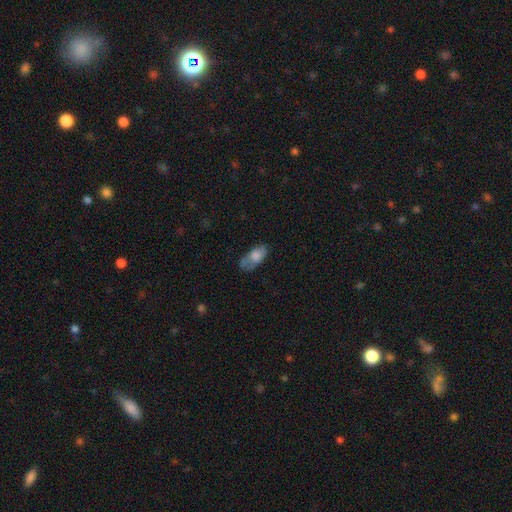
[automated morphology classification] Overall: smooth (68%). How rounded: in between (87%). Merging: none (48%; minor disturbance 31%).